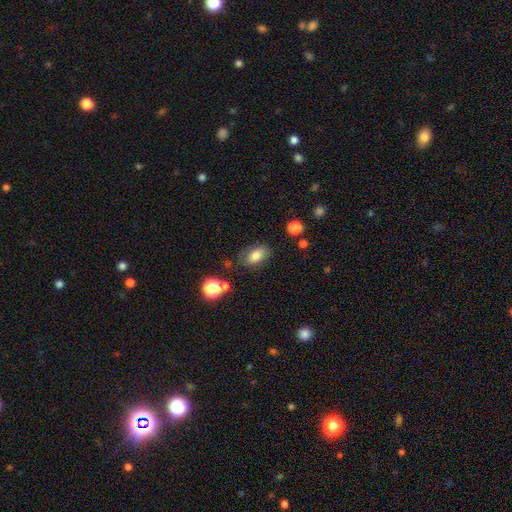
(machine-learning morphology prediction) Q: Smooth or featured?
A: smooth (76%); runner-up: featured or disk (16%)
Q: How rounded?
A: in between (87%); runner-up: round (11%)
Q: Merging?
A: none (74%); runner-up: minor disturbance (17%)